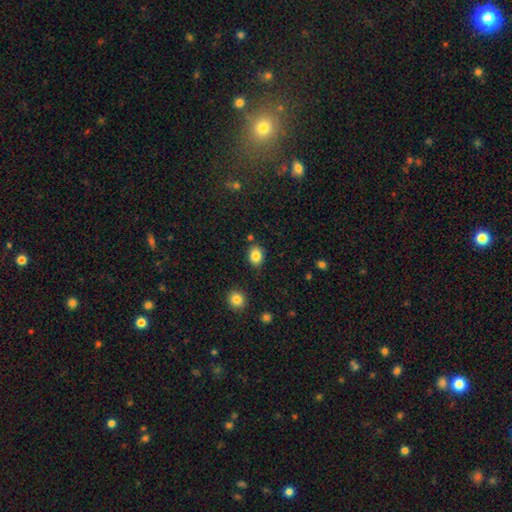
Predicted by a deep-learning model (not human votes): A smooth galaxy with no disk features (85%) that is in between round and cigar-shaped (60%). Merging: none (82%).